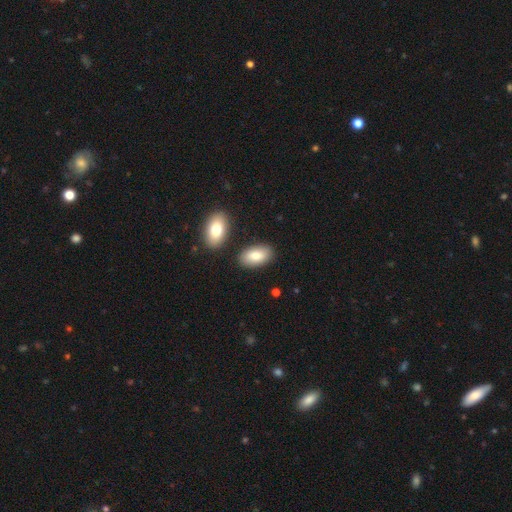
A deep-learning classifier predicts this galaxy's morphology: Smooth or featured: smooth — 83% (featured or disk — 11%)
How rounded: in between — 95% (round — 3%)
Merging: none — 82% (minor disturbance — 10%)